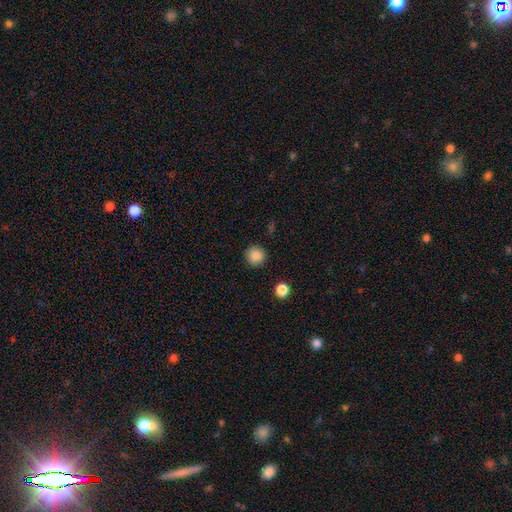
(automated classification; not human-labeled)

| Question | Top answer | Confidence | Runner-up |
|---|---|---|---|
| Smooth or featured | smooth | 87% | star or artifact (10%) |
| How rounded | round | 94% | in between (5%) |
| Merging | none | 90% | minor disturbance (6%) |